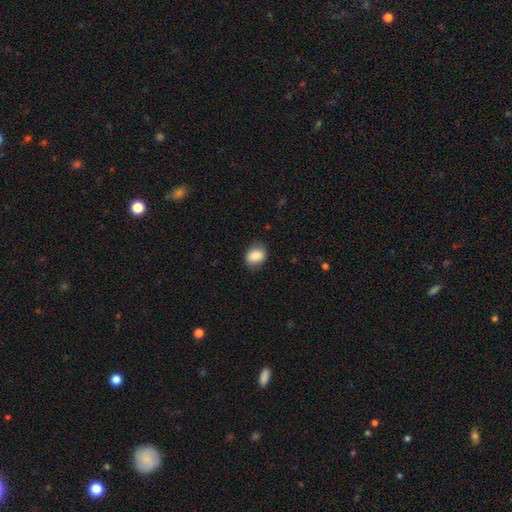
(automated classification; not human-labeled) Q: Smooth or featured?
A: smooth (85%); runner-up: star or artifact (8%)
Q: How rounded?
A: in between (59%); runner-up: round (39%)
Q: Merging?
A: none (80%); runner-up: minor disturbance (15%)